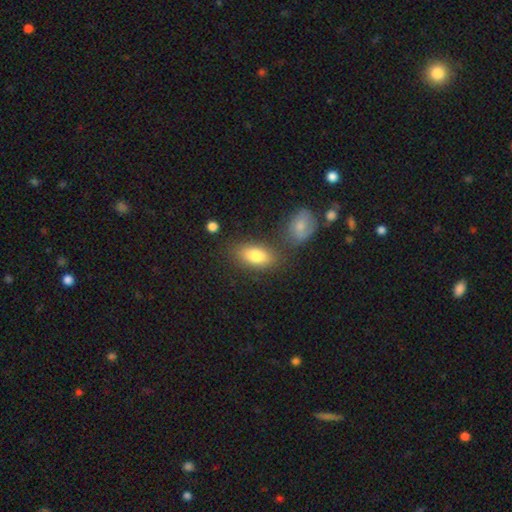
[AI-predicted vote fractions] smooth_or_featured: smooth (p=0.81) [alt: featured or disk p=0.12]
how_rounded: in between (p=0.90) [alt: round p=0.06]
merging: none (p=0.72) [alt: minor disturbance p=0.13]